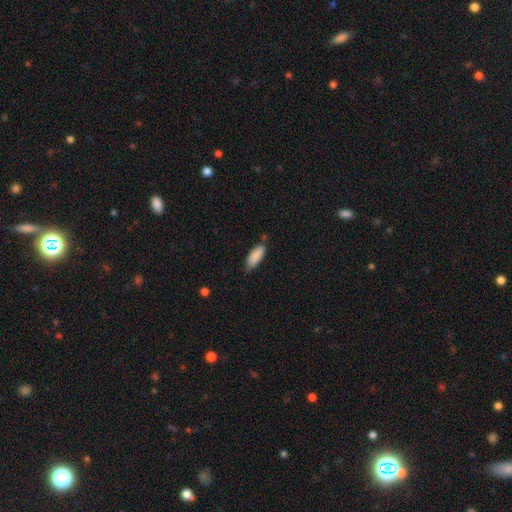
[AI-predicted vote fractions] Morphology: type=smooth (88%); roundness=in between (79%); merging=none (66%).